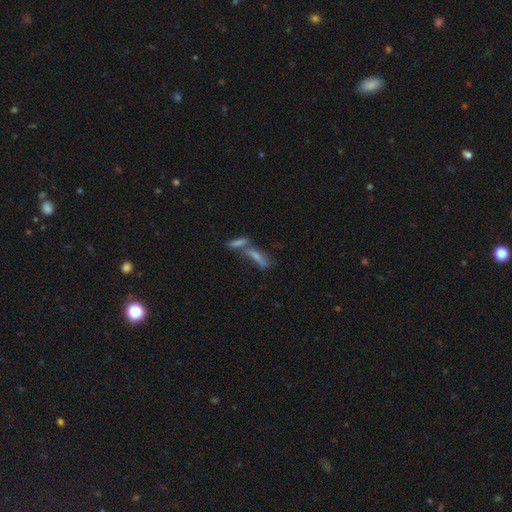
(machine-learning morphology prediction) This is marginally a smooth galaxy (41%). Merging: possibly merger (56%).